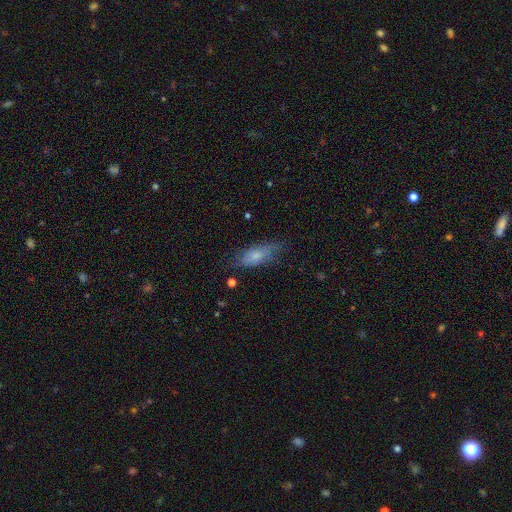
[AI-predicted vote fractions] A smooth galaxy with no disk features (67%) that is in between round and cigar-shaped (73%). Merging: none (61%).